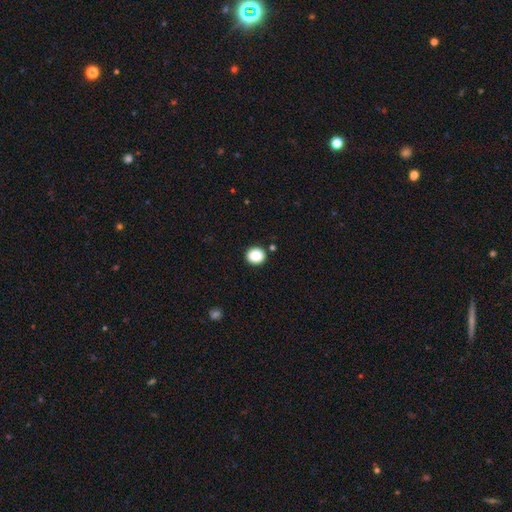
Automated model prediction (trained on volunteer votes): Q: Smooth or featured?
A: smooth (88%); runner-up: star or artifact (9%)
Q: How rounded?
A: round (83%); runner-up: in between (16%)
Q: Merging?
A: none (90%); runner-up: minor disturbance (6%)